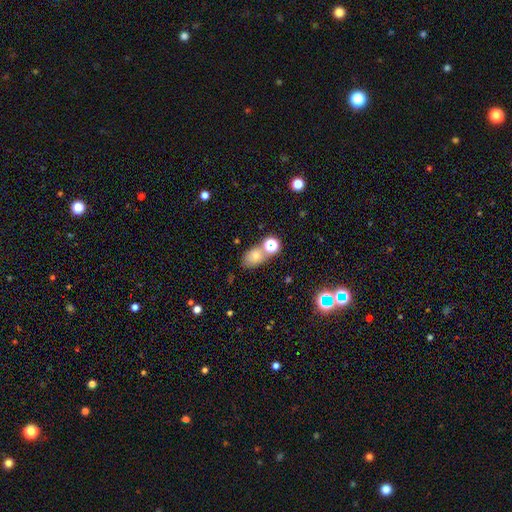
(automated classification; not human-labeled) Overall: smooth (68%). How rounded: in between (71%). Merging: none (61%).